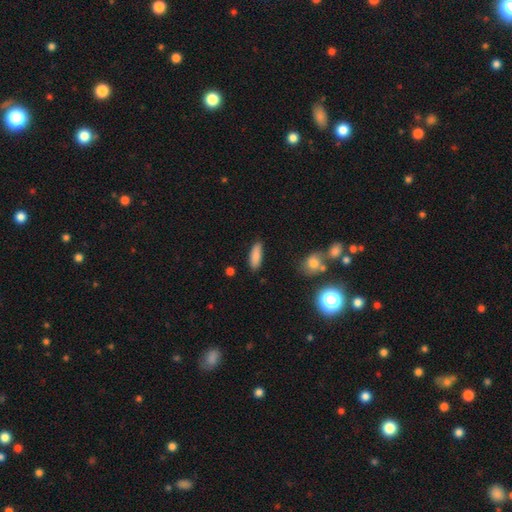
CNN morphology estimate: This is clearly a smooth galaxy (86%). How rounded: likely in between (60%). Merging: clearly none (85%).